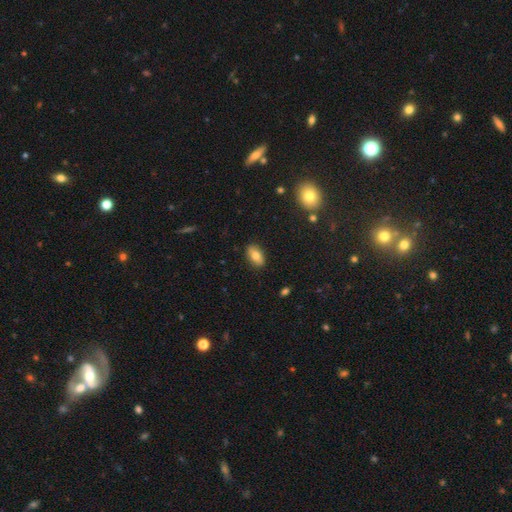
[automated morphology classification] Smooth or featured: smooth — 75% (featured or disk — 17%)
How rounded: in between — 90% (round — 6%)
Merging: none — 88% (minor disturbance — 9%)